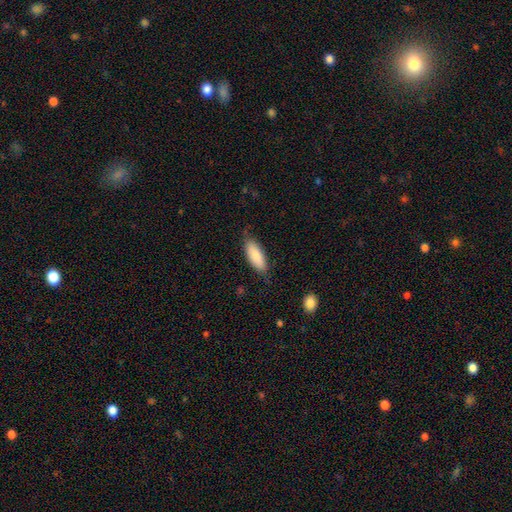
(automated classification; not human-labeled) Smooth or featured? Predicted: smooth (p=0.85). How rounded? Predicted: in between (p=0.70). Merging? Predicted: none (p=0.80).